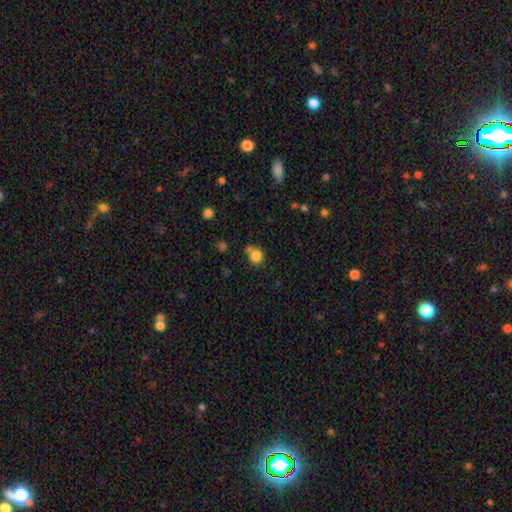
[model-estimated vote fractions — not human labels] Morphology: type=smooth (82%); roundness=round (80%); merging=none (60%).